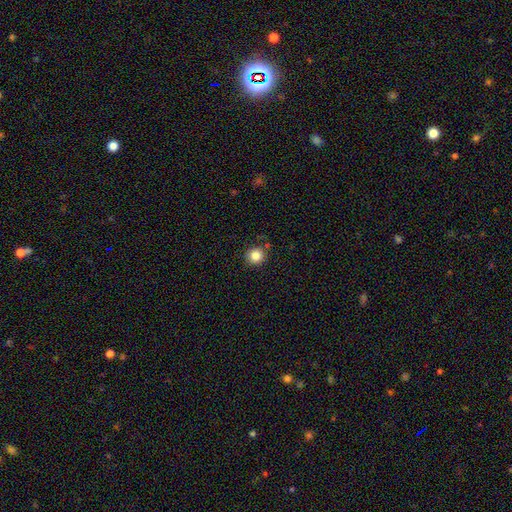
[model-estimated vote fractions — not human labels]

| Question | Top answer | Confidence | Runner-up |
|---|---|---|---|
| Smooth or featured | smooth | 84% | star or artifact (11%) |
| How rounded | round | 94% | in between (6%) |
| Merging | none | 86% | minor disturbance (9%) |